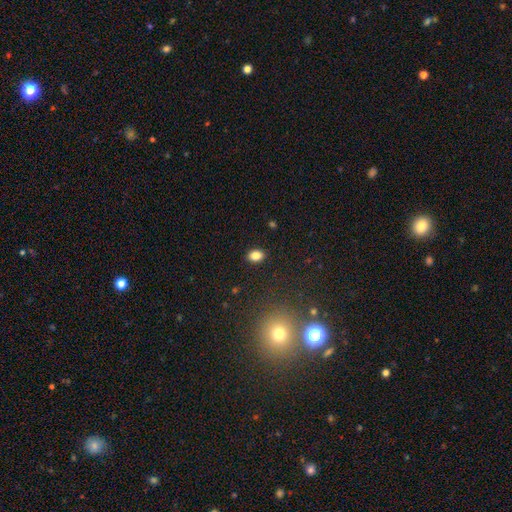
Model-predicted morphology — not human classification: This appears to be a smooth galaxy with no disk features (84%) that is in between round and cigar-shaped (75%). Merging: none (89%).